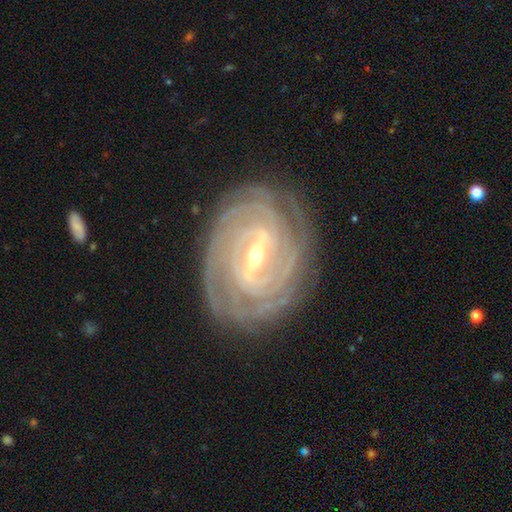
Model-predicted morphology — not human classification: A featured or disk galaxy (92%) with a strong bar (58%), 4 (25%) tight (87%) spiral arms (98%) and a small central bulge (52%). Merging: none (84%).